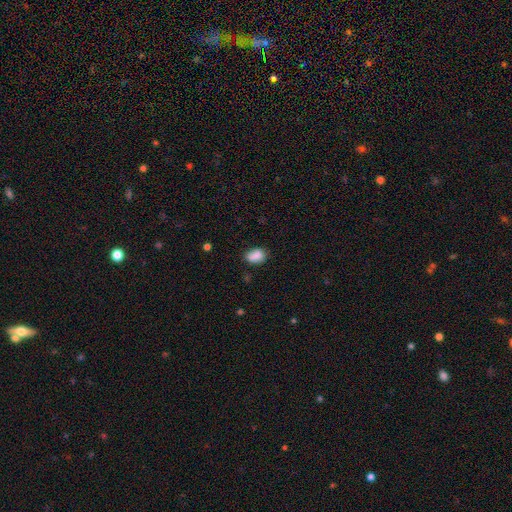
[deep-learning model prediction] Q: Smooth or featured?
A: smooth (85%); runner-up: star or artifact (9%)
Q: How rounded?
A: in between (81%); runner-up: round (18%)
Q: Merging?
A: none (65%); runner-up: minor disturbance (23%)